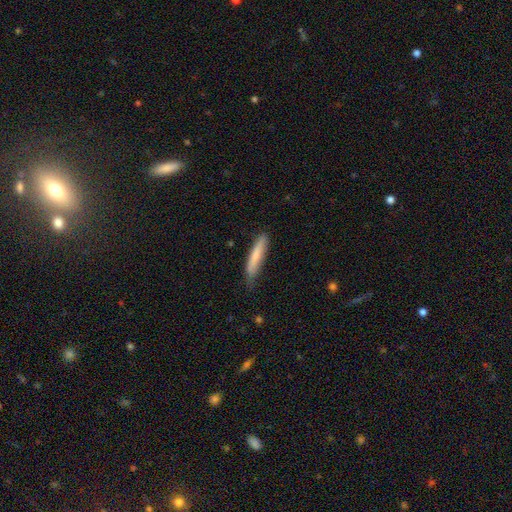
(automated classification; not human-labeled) Overall: smooth (77%). How rounded: cigar-shaped (89%). Merging: none (71%).